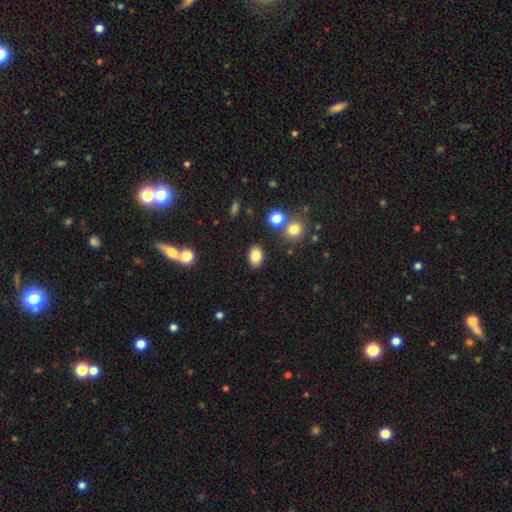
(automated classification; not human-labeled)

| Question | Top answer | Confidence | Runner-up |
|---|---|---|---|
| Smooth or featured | smooth | 84% | star or artifact (10%) |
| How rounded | in between | 83% | round (16%) |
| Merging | none | 85% | minor disturbance (9%) |